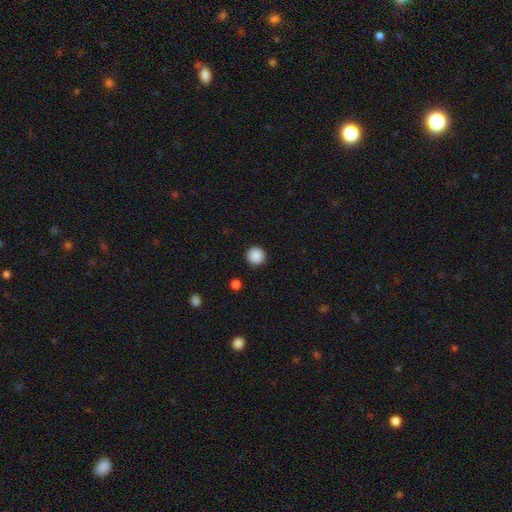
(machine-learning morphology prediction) The model was most divided on "smooth or featured": smooth: 89%, star or artifact: 9%, featured or disk: 2%. More confident: how rounded — round (96%); merging — none (93%).